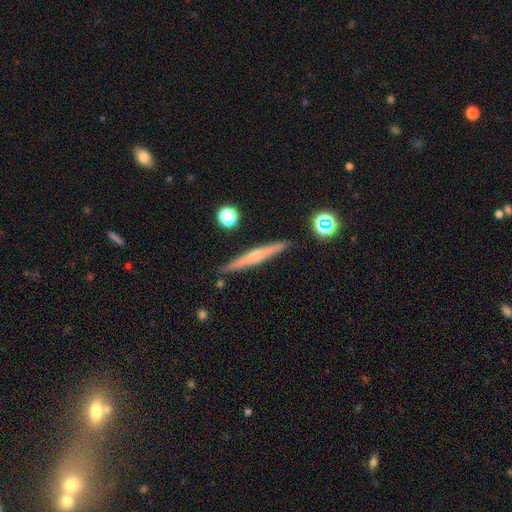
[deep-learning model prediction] Smooth or featured: featured or disk — 54% (smooth — 38%)
Edge-on disk: yes — 97% (no — 3%)
Edge-on bulge: rounded — 53% (none — 39%)
Merging: none — 89% (minor disturbance — 7%)